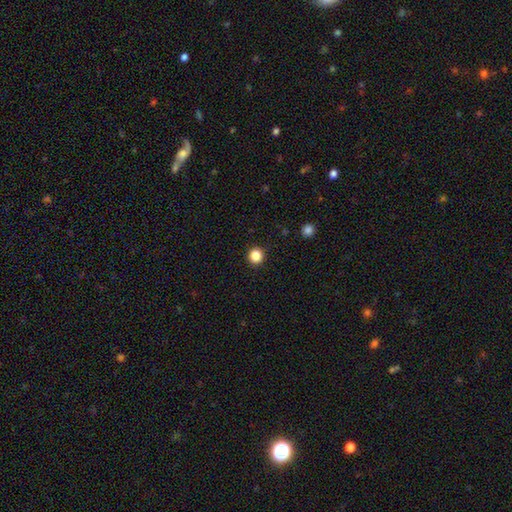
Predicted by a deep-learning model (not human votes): The model was most divided on "smooth or featured": smooth: 85%, star or artifact: 11%, featured or disk: 3%. More confident: how rounded — round (93%); merging — none (92%).